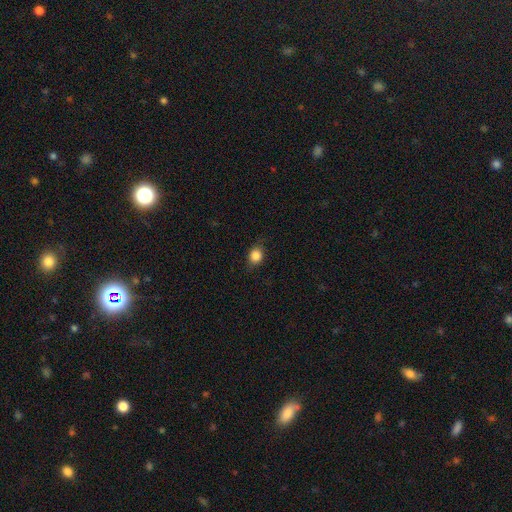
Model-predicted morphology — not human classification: A smooth galaxy with no disk features (85%) that is round (65%).

Vote fractions:
- Smooth or featured? smooth: 85% / star or artifact: 10% / featured or disk: 5%
- How rounded? round: 65% / in between: 34% / cigar-shaped: 1%
- Merging? none: 81% / minor disturbance: 14% / major disturbance: 4% / merger: 1%